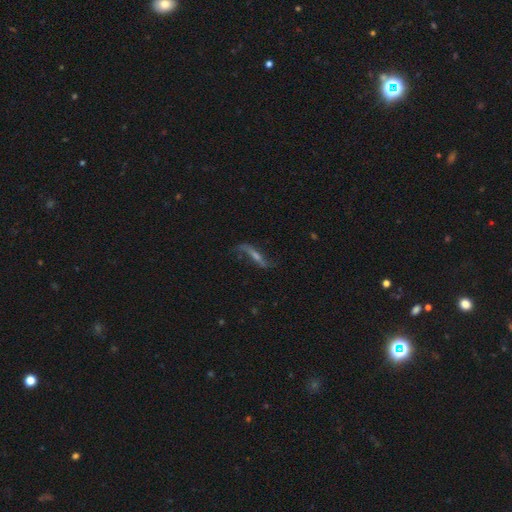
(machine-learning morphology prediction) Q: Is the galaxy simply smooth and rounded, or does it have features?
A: featured or disk — 73%.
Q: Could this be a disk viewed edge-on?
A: no — 65%.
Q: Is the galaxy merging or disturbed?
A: none — 61%.